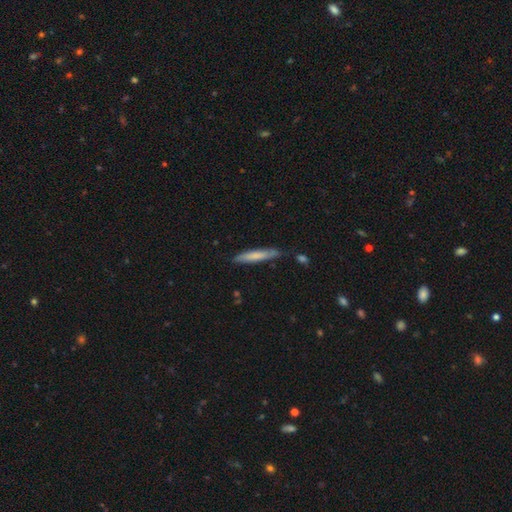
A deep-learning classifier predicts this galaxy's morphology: Smooth or featured? smooth (69%)
How rounded? cigar-shaped (92%)
Merging? none (77%)